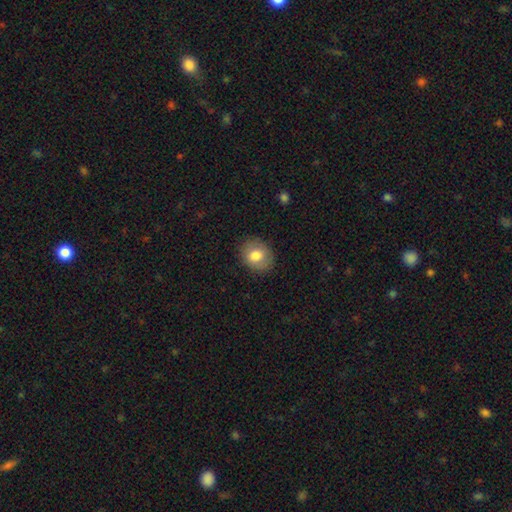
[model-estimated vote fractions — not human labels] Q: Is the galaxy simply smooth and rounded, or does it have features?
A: smooth — 78%.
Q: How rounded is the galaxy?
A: round — 61%.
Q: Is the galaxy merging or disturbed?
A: none — 84%.